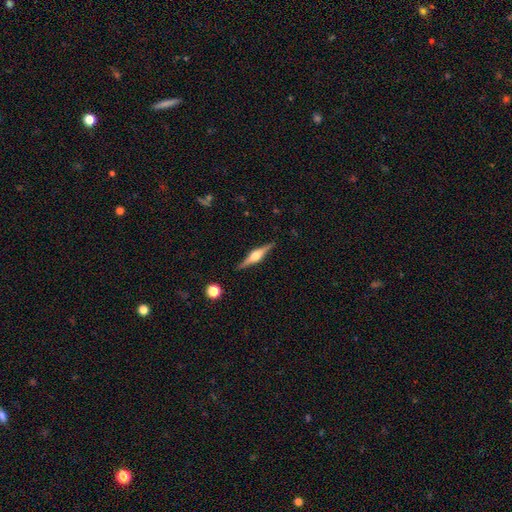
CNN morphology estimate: This is likely a featured or disk galaxy (79%). It is clearly viewed edge-on (98%). Edge-on bulge: clearly rounded (93%). Merging: clearly none (90%).